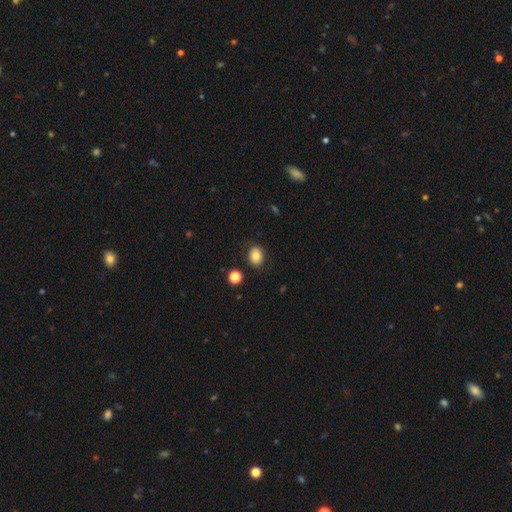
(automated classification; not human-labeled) Overall: smooth (80%). How rounded: in between (50%; round 49%). Merging: none (84%).